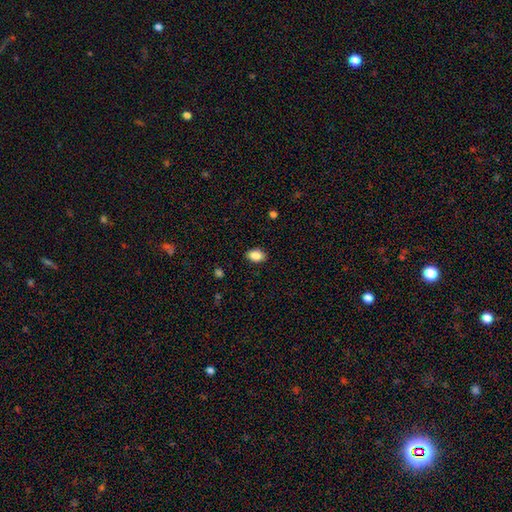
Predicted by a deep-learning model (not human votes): smooth-or-featured: smooth: 87% | star or artifact: 8% | featured or disk: 5%
  how-rounded: in between: 85% | round: 13% | cigar-shaped: 1%
  merging: none: 88% | minor disturbance: 9% | major disturbance: 2% | merger: 1%